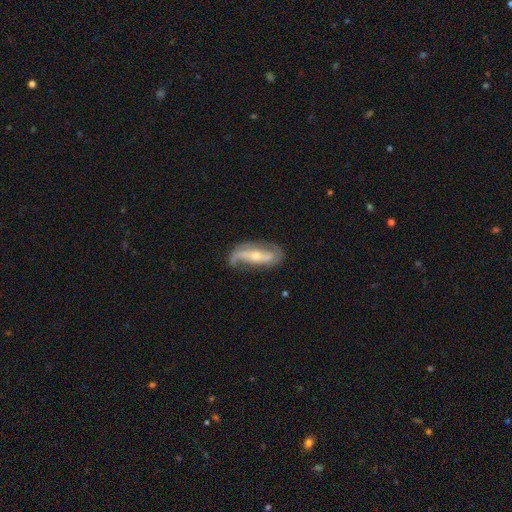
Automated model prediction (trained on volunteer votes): Overall: featured or disk (83%). Edge-on disk: no (89%). Bar: strong (38%; no 35%). Spiral arms: yes (92%). Spiral arm count: 2 (82%). Spiral winding: loose (59%; medium 28%). Bulge size: small (52%; moderate 44%). Merging: none (62%; minor disturbance 23%).